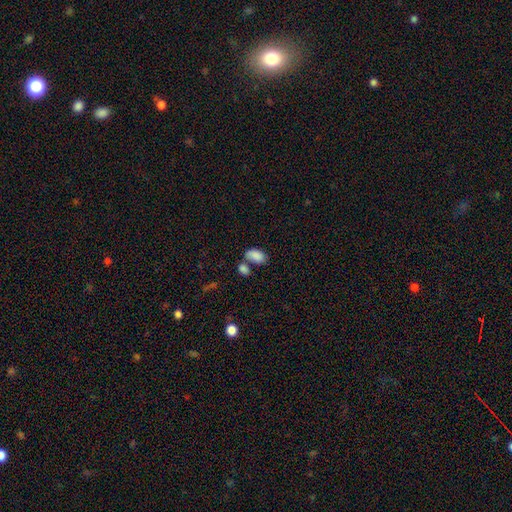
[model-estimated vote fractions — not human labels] Smooth or featured? smooth (85%)
How rounded? in between (92%)
Merging? none (43%)